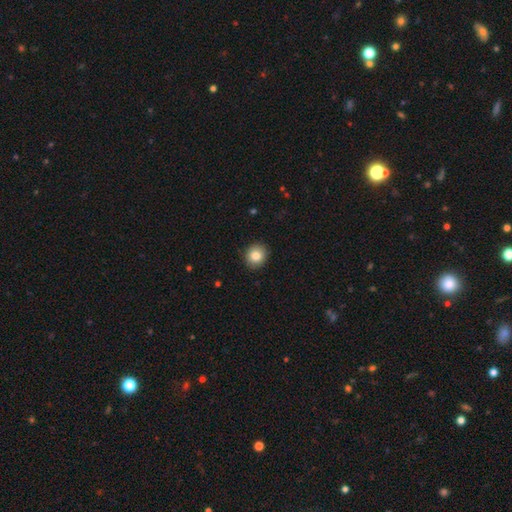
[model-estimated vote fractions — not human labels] This is clearly a smooth galaxy (84%). How rounded: clearly round (82%). Merging: clearly none (91%).